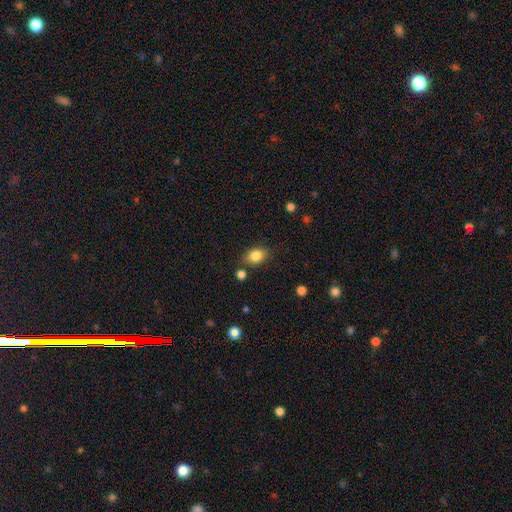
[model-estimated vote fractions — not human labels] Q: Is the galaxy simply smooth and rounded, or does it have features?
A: smooth — 83%.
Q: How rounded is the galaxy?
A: in between — 64%.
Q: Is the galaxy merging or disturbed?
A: none — 76%.